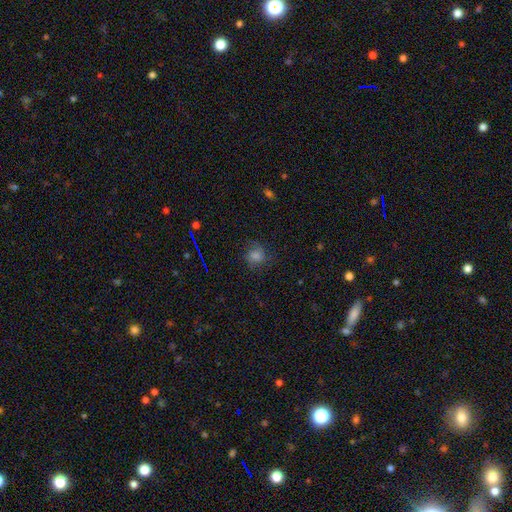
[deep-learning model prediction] Morphology: type=smooth (40%); merging=none (71%).